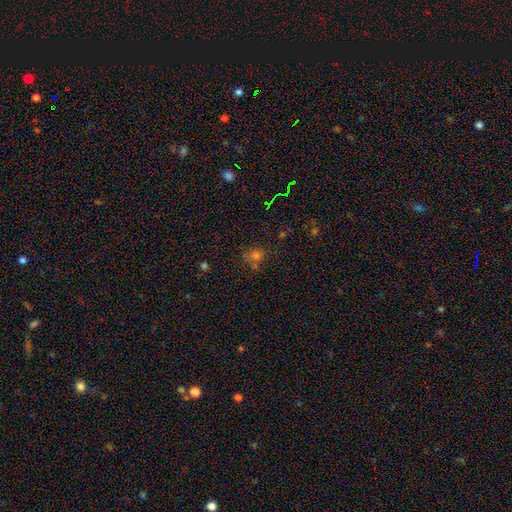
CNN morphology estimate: type=smooth (51%); roundness=round (81%); merging=none (68%).